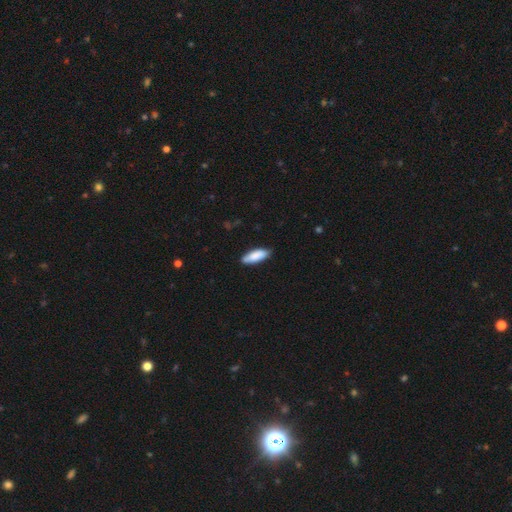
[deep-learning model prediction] smooth_or_featured: smooth (p=0.85) [alt: featured or disk p=0.09]
how_rounded: in between (p=0.67) [alt: cigar-shaped p=0.32]
merging: none (p=0.83) [alt: minor disturbance p=0.14]